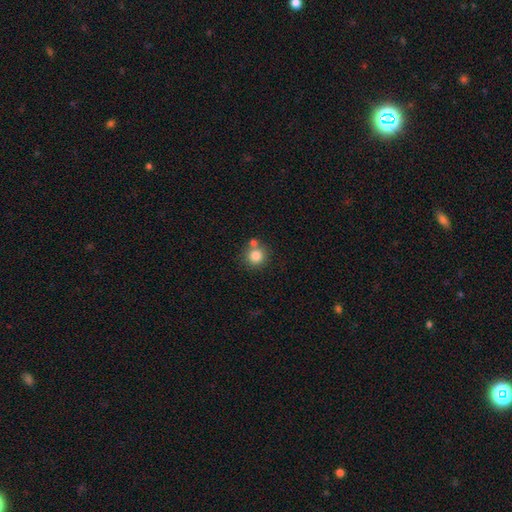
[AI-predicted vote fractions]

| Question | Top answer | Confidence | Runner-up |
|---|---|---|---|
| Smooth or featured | smooth | 82% | star or artifact (11%) |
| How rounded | round | 92% | in between (7%) |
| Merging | none | 66% | merger (22%) |